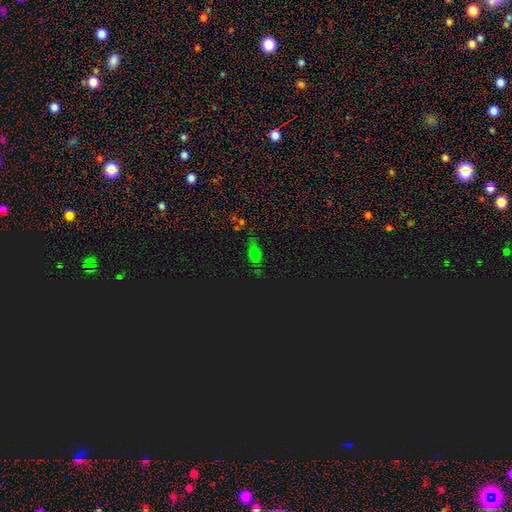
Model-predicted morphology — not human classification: Smooth or featured? Predicted: smooth (p=0.56). How rounded? Predicted: in between (p=0.65). Merging? Predicted: none (p=0.65).